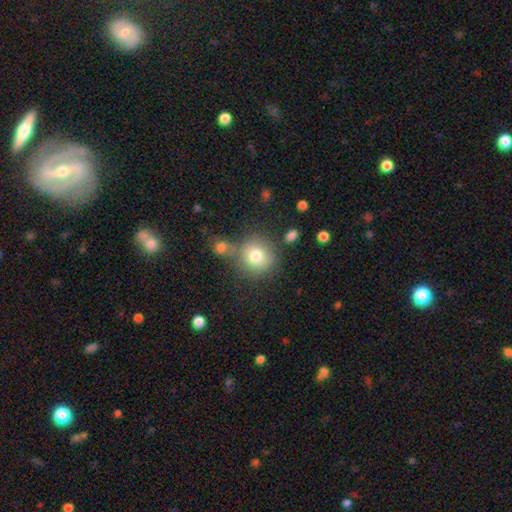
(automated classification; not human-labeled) smooth_or_featured: smooth (p=0.78) [alt: featured or disk p=0.11]
how_rounded: round (p=0.87) [alt: in between p=0.12]
merging: none (p=0.65) [alt: merger p=0.17]